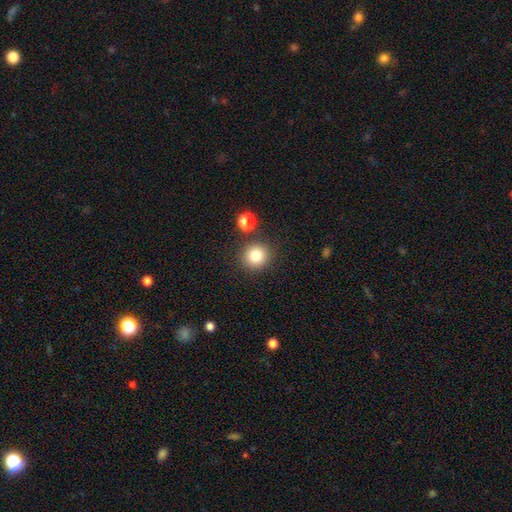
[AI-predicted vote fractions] Smooth or featured?
  - smooth: 81% *
  - star or artifact: 12%
  - featured or disk: 7%
How rounded?
  - round: 89% *
  - in between: 10%
  - cigar-shaped: 1%
Merging?
  - none: 83% *
  - minor disturbance: 8%
  - merger: 6%
  - major disturbance: 3%